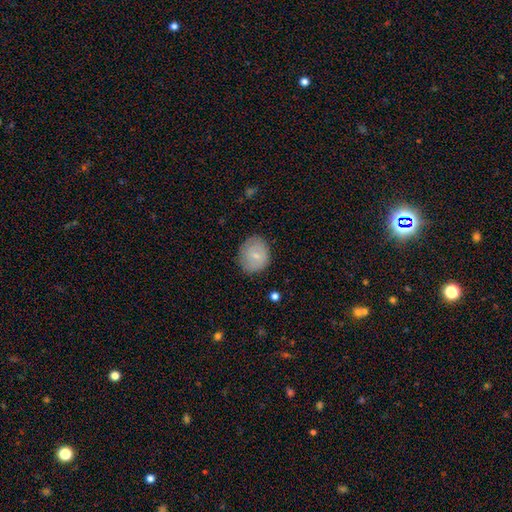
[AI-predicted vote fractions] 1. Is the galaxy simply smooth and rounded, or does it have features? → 71% smooth, 22% featured or disk, 7% star or artifact.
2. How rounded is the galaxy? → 65% round, 34% in between, 1% cigar-shaped.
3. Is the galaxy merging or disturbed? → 77% none, 18% minor disturbance, 5% major disturbance, 1% merger.